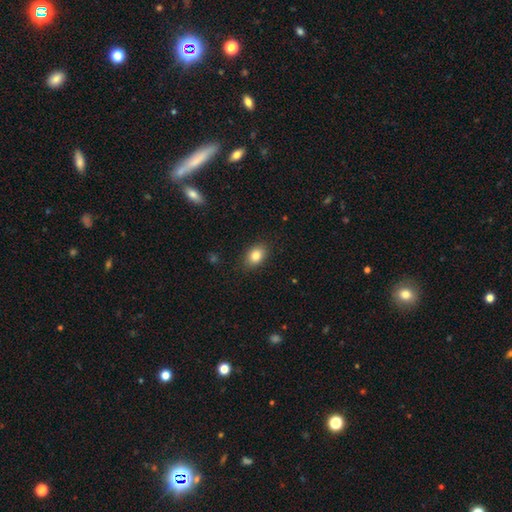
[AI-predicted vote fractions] Smooth or featured?
  - smooth: 84% *
  - star or artifact: 9%
  - featured or disk: 7%
How rounded?
  - in between: 78% *
  - round: 20%
  - cigar-shaped: 1%
Merging?
  - none: 86% *
  - minor disturbance: 11%
  - major disturbance: 3%
  - merger: 1%